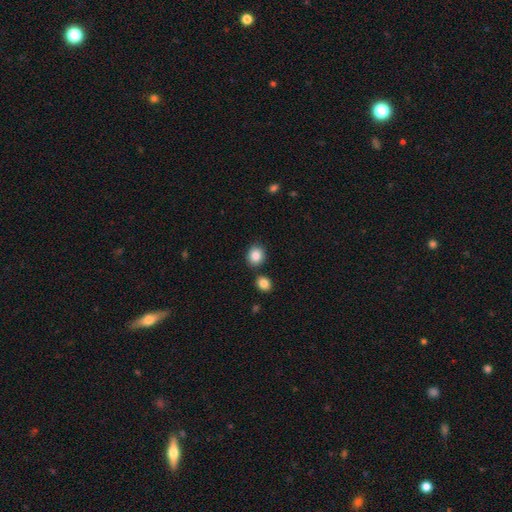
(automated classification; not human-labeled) smooth 87%, star or artifact 9%, featured or disk 5%. Down the decision tree: how rounded — round (70%); merging — none (80%).